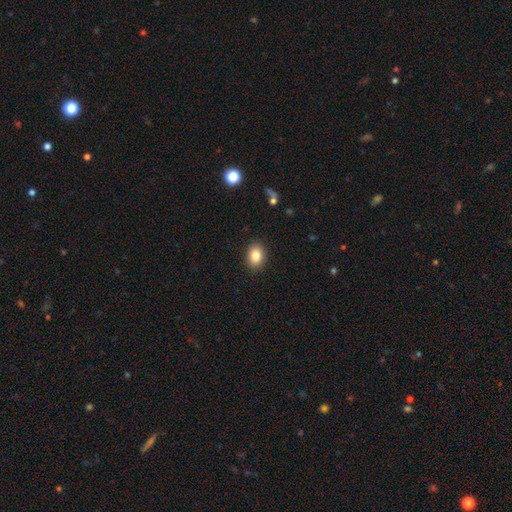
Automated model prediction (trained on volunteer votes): A smooth galaxy with no disk features (85%) that is in between round and cigar-shaped (70%). Merging: none (89%).